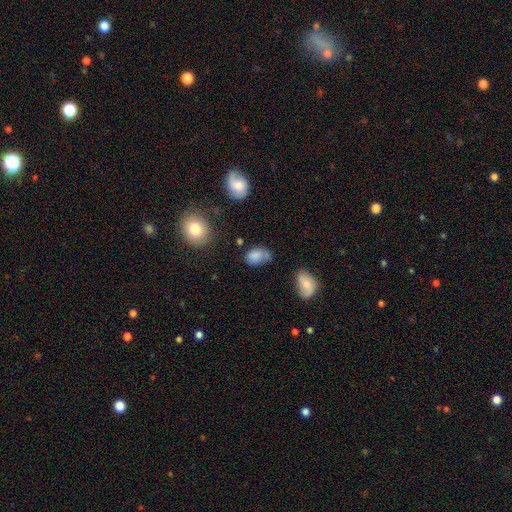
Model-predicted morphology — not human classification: This appears to be a smooth galaxy with no disk features (79%) that is in between round and cigar-shaped (84%). Merging: none (46%).